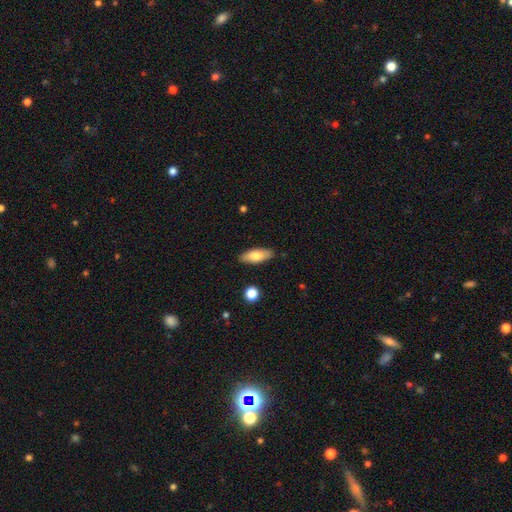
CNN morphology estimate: A smooth galaxy with no disk features (73%) that is in between round and cigar-shaped (72%).

Vote fractions:
- Smooth or featured? smooth: 73% / featured or disk: 21% / star or artifact: 6%
- How rounded? in between: 72% / cigar-shaped: 25% / round: 3%
- Merging? none: 87% / minor disturbance: 9% / major disturbance: 2% / merger: 2%